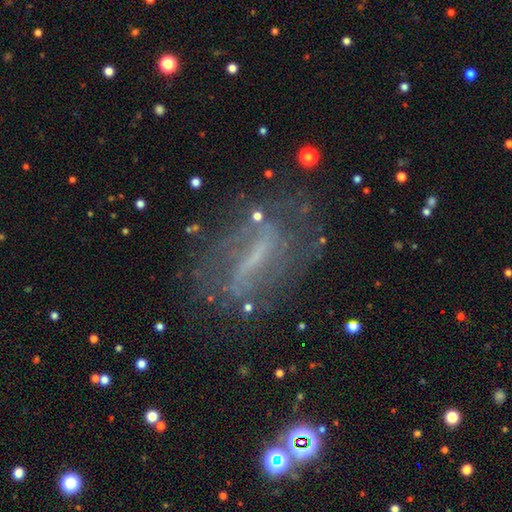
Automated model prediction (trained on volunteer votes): Morphology: type=featured or disk (64%); edge-on=no (66%); merging=none (69%).